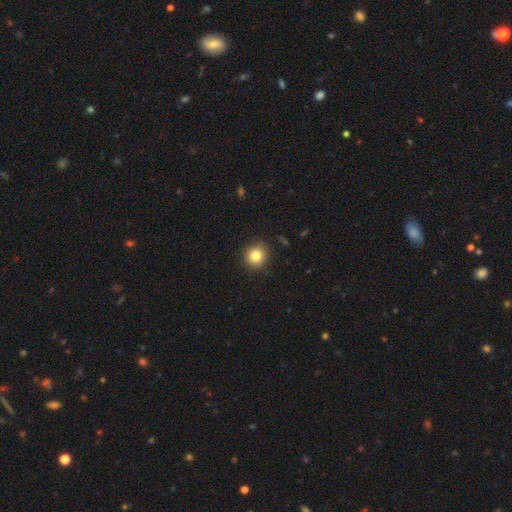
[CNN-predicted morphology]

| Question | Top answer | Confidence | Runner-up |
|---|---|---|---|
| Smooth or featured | smooth | 82% | star or artifact (11%) |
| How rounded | round | 90% | in between (9%) |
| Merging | none | 89% | minor disturbance (8%) |